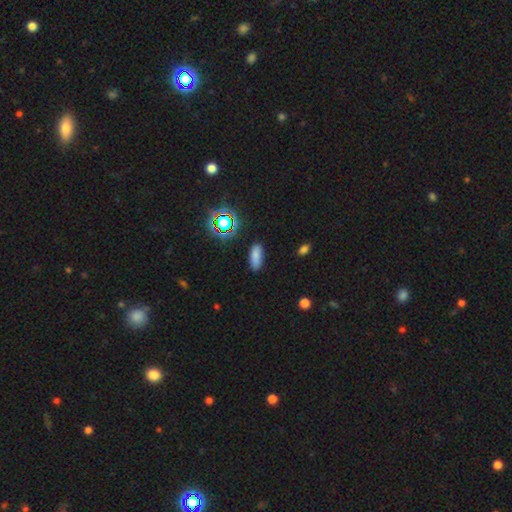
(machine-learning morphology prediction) Smooth or featured? smooth (76%)
How rounded? in between (81%)
Merging? none (82%)